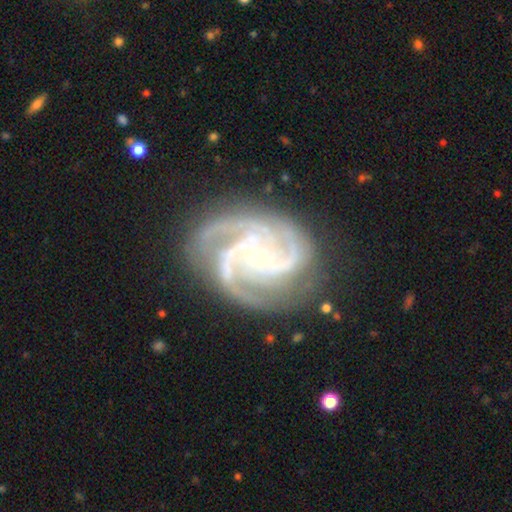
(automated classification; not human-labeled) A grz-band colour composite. It shows a featured or disk galaxy (93%) with no bar (64%), 3 (55%) tight (53%) spiral arms (99%) and a small central bulge (79%). Merging: none (75%).